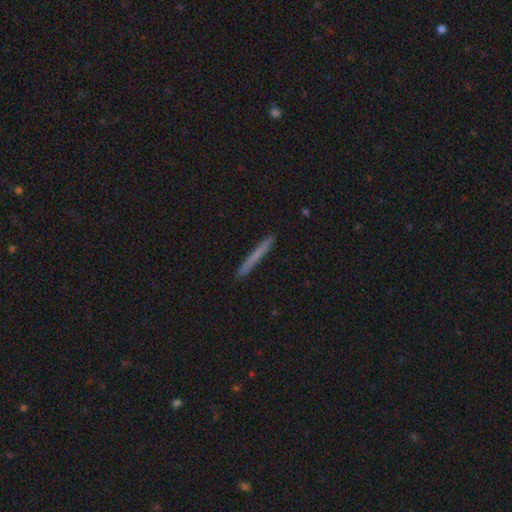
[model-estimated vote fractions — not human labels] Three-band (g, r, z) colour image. It shows a smooth galaxy with no disk features (64%) that is cigar-shaped (97%). Merging: none (92%).